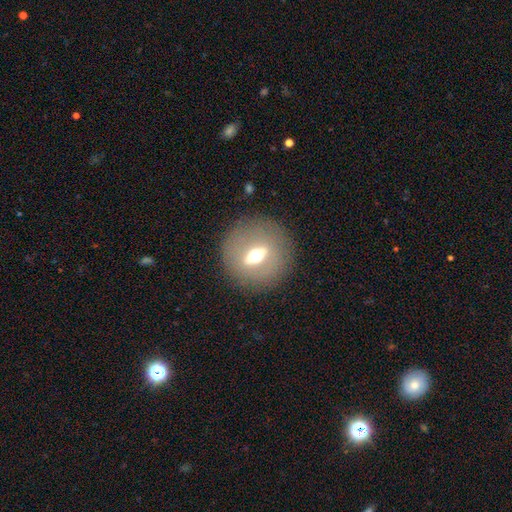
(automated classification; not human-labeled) Q: Smooth or featured?
A: featured or disk (61%); runner-up: smooth (29%)
Q: Edge-on disk?
A: no (55%); runner-up: yes (45%)
Q: Merging?
A: none (86%); runner-up: minor disturbance (8%)